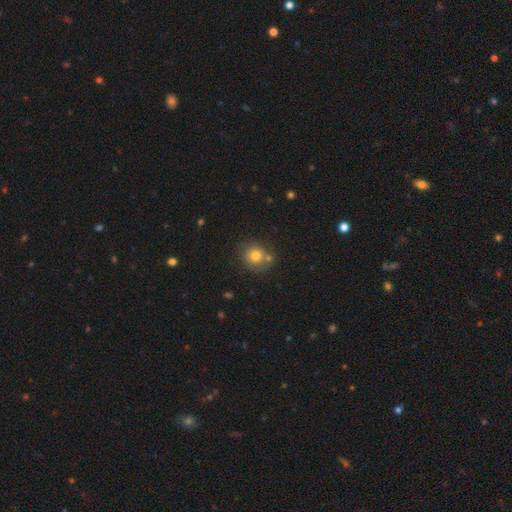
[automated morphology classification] A smooth galaxy with no disk features (75%) that is round (84%).

Vote fractions:
- Smooth or featured? smooth: 75% / featured or disk: 14% / star or artifact: 11%
- How rounded? round: 84% / in between: 15% / cigar-shaped: 1%
- Merging? none: 66% / minor disturbance: 15% / merger: 15% / major disturbance: 5%